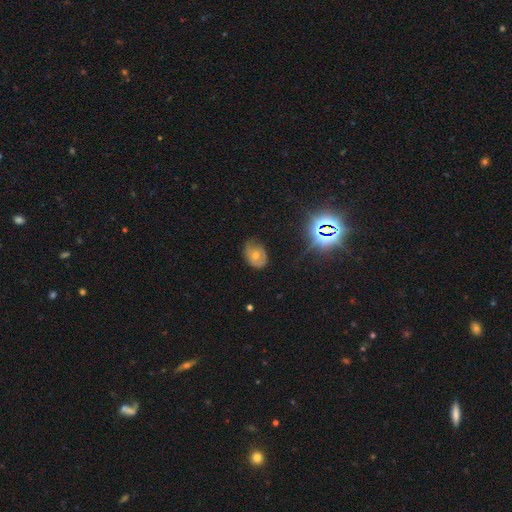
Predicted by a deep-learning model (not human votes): Smooth or featured?
  - smooth: 50% *
  - featured or disk: 33%
  - star or artifact: 17%
How rounded?
  - in between: 66% *
  - round: 33%
  - cigar-shaped: 1%
Merging?
  - none: 54% *
  - minor disturbance: 34%
  - major disturbance: 11%
  - merger: 2%